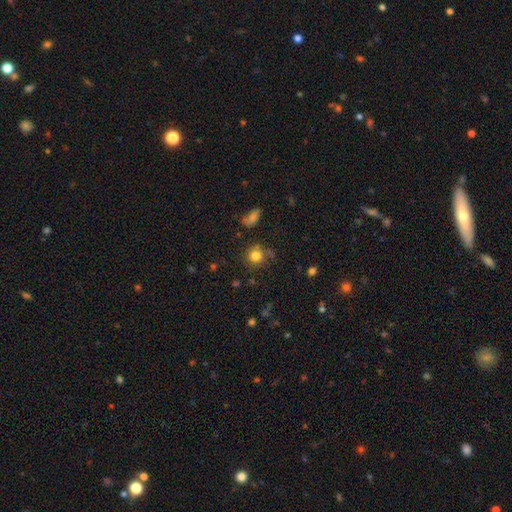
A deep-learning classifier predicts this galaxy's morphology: smooth 80%, star or artifact 13%, featured or disk 7%. Down the decision tree: how rounded — round (86%); merging — none (72%).